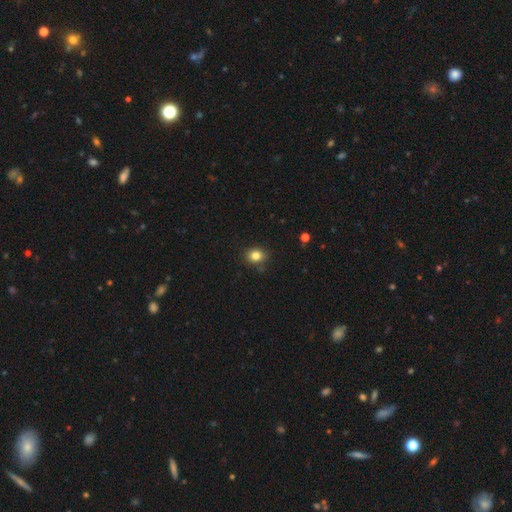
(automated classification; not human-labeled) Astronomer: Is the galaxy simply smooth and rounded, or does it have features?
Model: smooth — 83%.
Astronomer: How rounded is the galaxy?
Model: round — 67%.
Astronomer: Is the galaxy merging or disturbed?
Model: none — 84%.